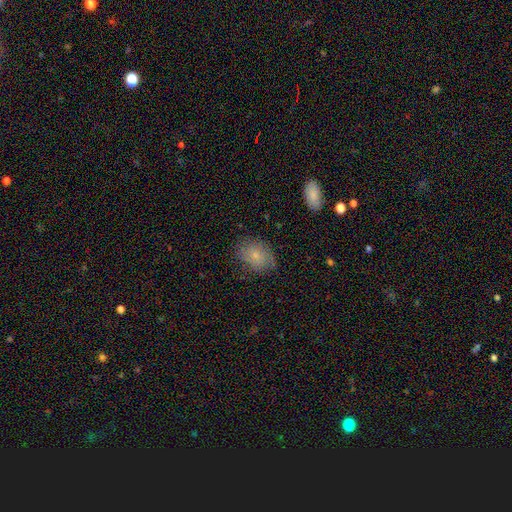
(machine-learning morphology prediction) smooth-or-featured: smooth: 73% | featured or disk: 19% | star or artifact: 9%
  how-rounded: in between: 68% | round: 31% | cigar-shaped: 1%
  merging: none: 72% | minor disturbance: 21% | major disturbance: 6% | merger: 1%